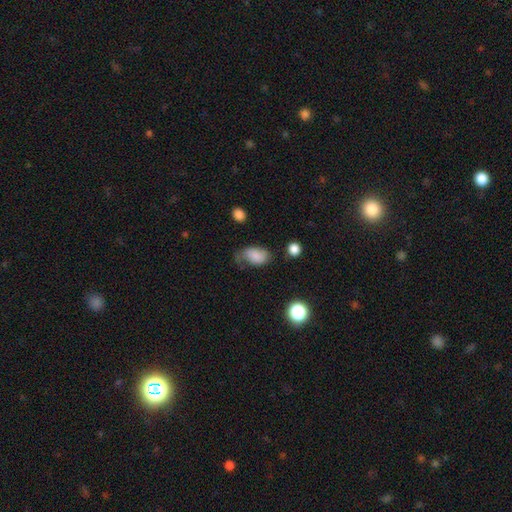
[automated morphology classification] Smooth or featured?
  - smooth: 75% *
  - featured or disk: 16%
  - star or artifact: 9%
How rounded?
  - in between: 88% *
  - round: 11%
  - cigar-shaped: 1%
Merging?
  - none: 44% *
  - minor disturbance: 34%
  - major disturbance: 19%
  - merger: 4%